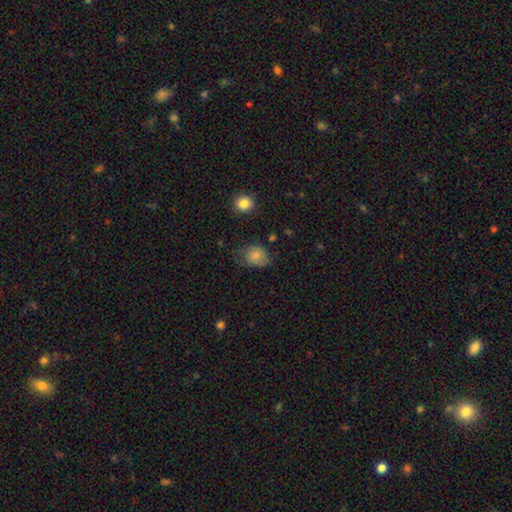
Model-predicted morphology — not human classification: smooth_or_featured: smooth (p=0.77) [alt: featured or disk p=0.14]
how_rounded: in between (p=0.60) [alt: round p=0.39]
merging: none (p=0.47) [alt: minor disturbance p=0.35]